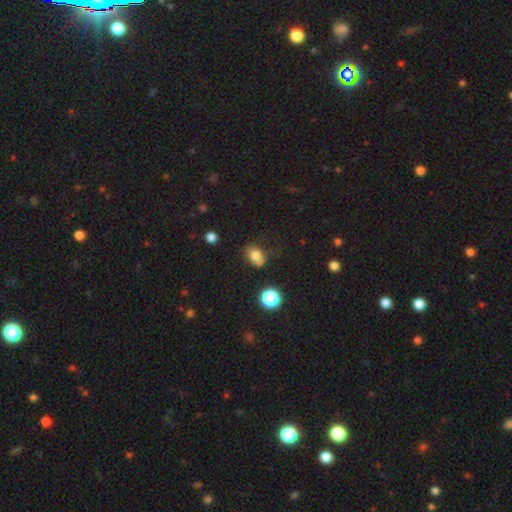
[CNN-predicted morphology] Smooth or featured: smooth — 78% (star or artifact — 12%)
How rounded: in between — 70% (round — 29%)
Merging: none — 60% (minor disturbance — 26%)